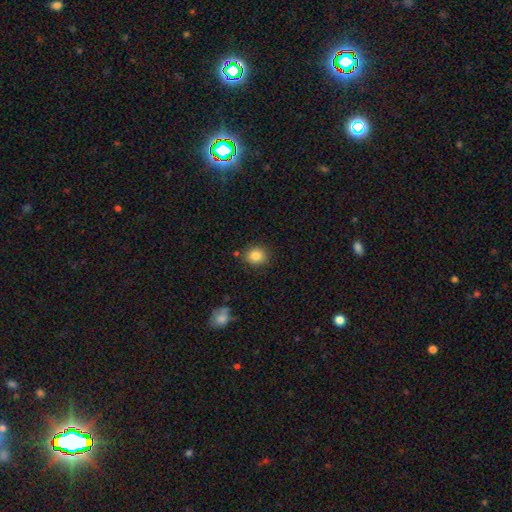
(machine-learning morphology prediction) Smooth or featured? smooth (85%)
How rounded? round (79%)
Merging? none (85%)